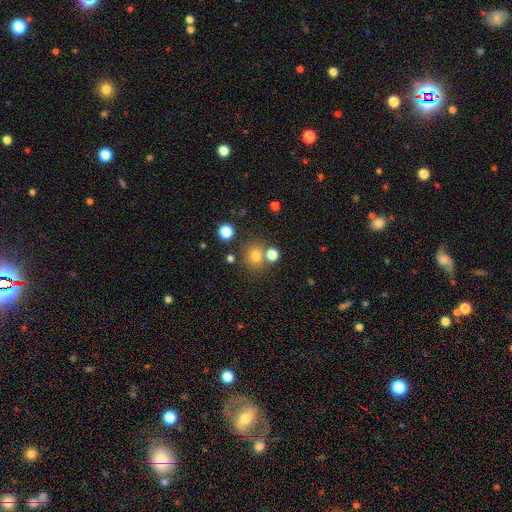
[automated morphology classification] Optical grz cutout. It shows a smooth galaxy with no disk features (74%) that is round (83%). Merging: none (70%).